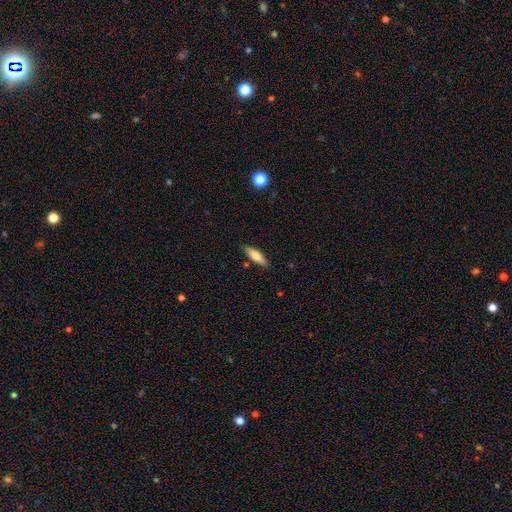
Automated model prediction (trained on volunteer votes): This is likely a smooth galaxy (77%). How rounded: possibly cigar-shaped (51%). Merging: clearly none (85%).